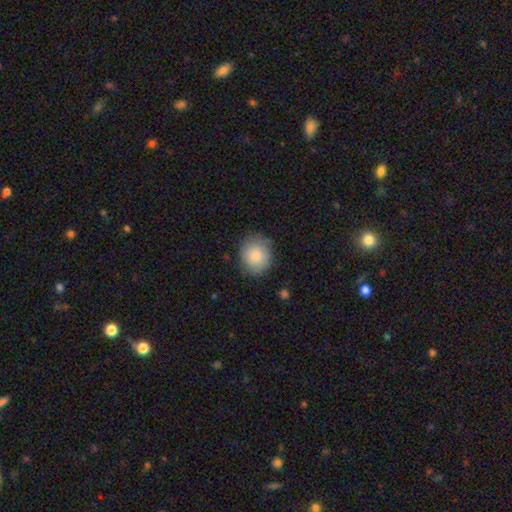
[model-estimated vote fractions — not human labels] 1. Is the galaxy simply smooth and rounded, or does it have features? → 84% smooth, 10% featured or disk, 7% star or artifact.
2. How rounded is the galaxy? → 78% round, 21% in between, 1% cigar-shaped.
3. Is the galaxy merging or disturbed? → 78% none, 17% minor disturbance, 4% major disturbance, 1% merger.